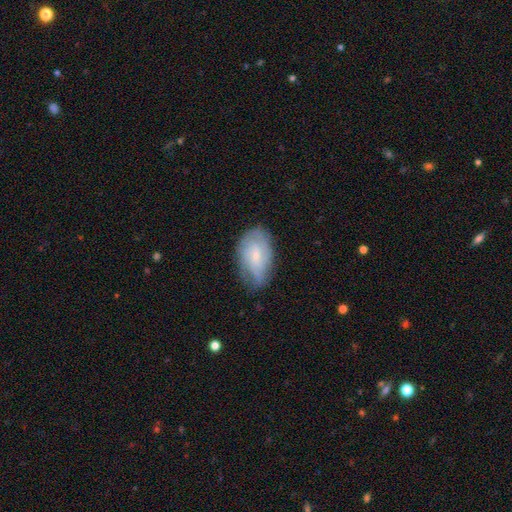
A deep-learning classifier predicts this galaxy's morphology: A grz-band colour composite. It shows a featured or disk galaxy (51%). Merging: none (62%).